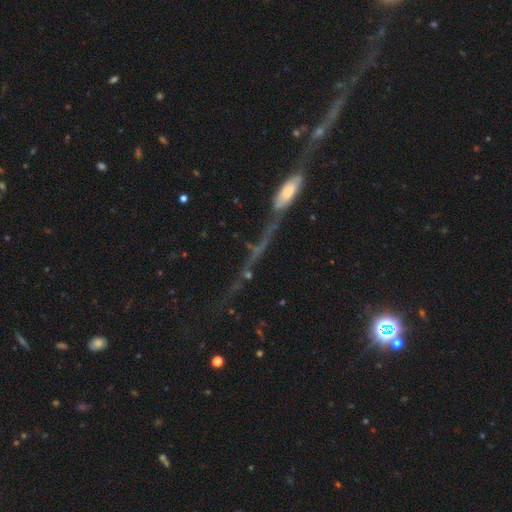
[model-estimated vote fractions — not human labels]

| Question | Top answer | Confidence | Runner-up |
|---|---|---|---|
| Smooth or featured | featured or disk | 60% | star or artifact (29%) |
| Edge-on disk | yes | 74% | no (26%) |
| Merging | none | 57% | major disturbance (16%) |